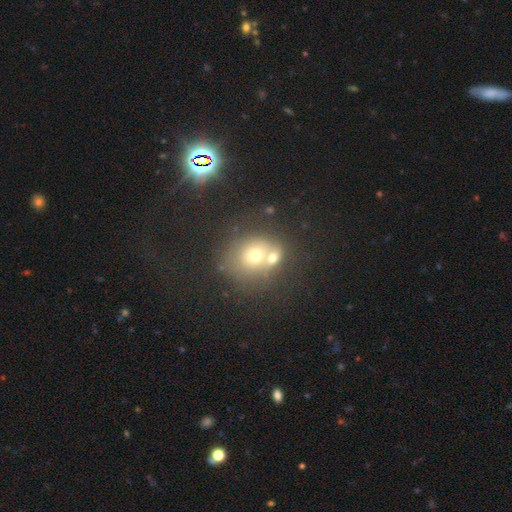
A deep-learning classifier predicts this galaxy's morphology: Smooth or featured? Predicted: smooth (p=0.58). How rounded? Predicted: round (p=0.76). Merging? Predicted: merger (p=0.43).